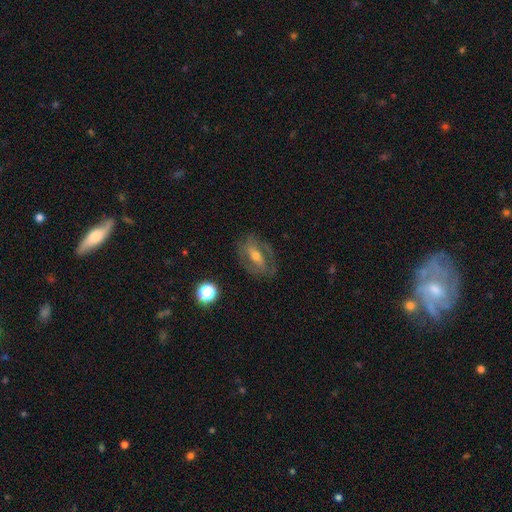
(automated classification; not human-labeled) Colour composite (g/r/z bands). It shows a featured or disk galaxy (68%) with a strong bar (37%), spiral arms (68%) and a moderate central bulge (56%). Merging: none (75%).